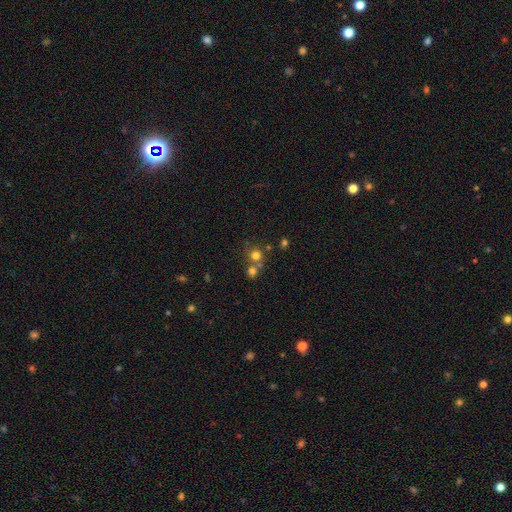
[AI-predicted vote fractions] smooth-or-featured: smooth: 70% | star or artifact: 19% | featured or disk: 11%
  how-rounded: round: 88% | in between: 11% | cigar-shaped: 1%
  merging: none: 54% | merger: 36% | minor disturbance: 7% | major disturbance: 3%